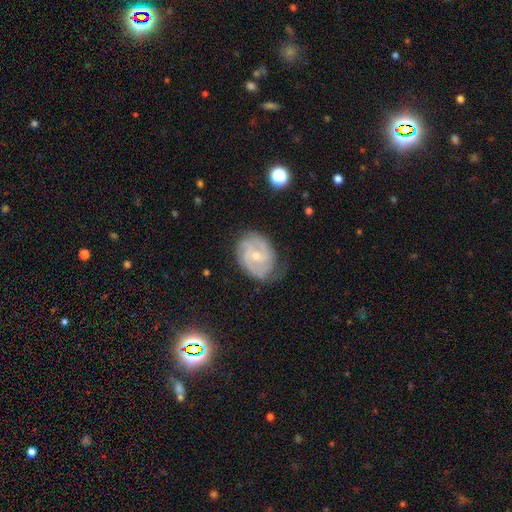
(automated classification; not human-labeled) smooth-or-featured: featured or disk: 87% | smooth: 8% | star or artifact: 5%
  disk-edge-on: no: 98% | yes: 2%
    bar: no: 56% | weak: 37% | strong: 7%
    has-spiral-arms: yes: 97% | no: 3%
      spiral-winding: tight: 60% | medium: 34% | loose: 6%
      spiral-arm-count: 2: 38% | 3: 31% | can't tell: 16% | 4: 7% | 1: 4% | more than 4: 4%
    bulge-size: small: 61% | moderate: 36% | none: 1% | large: 1% | dominant: 1%
  merging: none: 72% | minor disturbance: 21% | major disturbance: 6% | merger: 1%